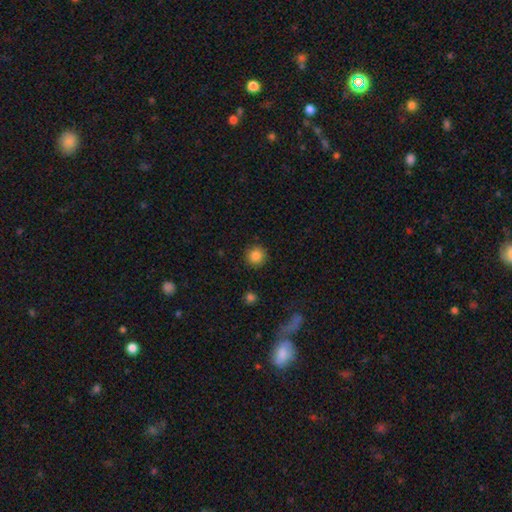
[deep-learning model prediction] This appears to be a smooth galaxy with no disk features (85%) that is round (94%). Merging: none (91%).